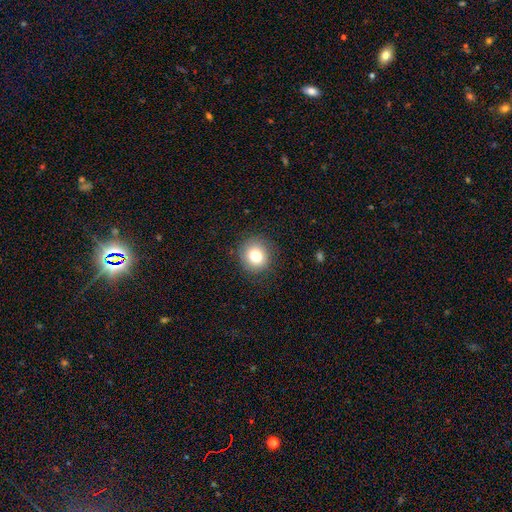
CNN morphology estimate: Q: Smooth or featured?
A: smooth (79%); runner-up: star or artifact (11%)
Q: How rounded?
A: round (89%); runner-up: in between (11%)
Q: Merging?
A: none (86%); runner-up: minor disturbance (9%)